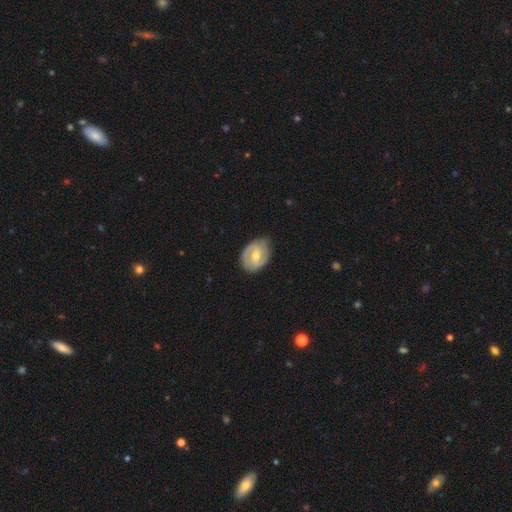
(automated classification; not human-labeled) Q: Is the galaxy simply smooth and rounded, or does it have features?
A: featured or disk — 70%.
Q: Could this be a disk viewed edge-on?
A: no — 96%.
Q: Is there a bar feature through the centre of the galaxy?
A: weak — 49%.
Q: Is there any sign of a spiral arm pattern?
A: yes — 83%.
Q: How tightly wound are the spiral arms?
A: tight — 50%.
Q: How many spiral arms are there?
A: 2 — 73%.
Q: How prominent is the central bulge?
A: moderate — 64%.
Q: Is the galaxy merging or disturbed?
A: none — 72%.